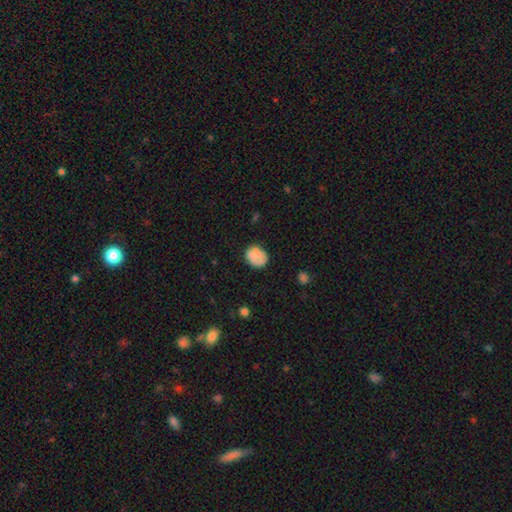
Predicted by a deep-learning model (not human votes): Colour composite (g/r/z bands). It shows a smooth galaxy with no disk features (76%) that is round (57%). Merging: none (70%).